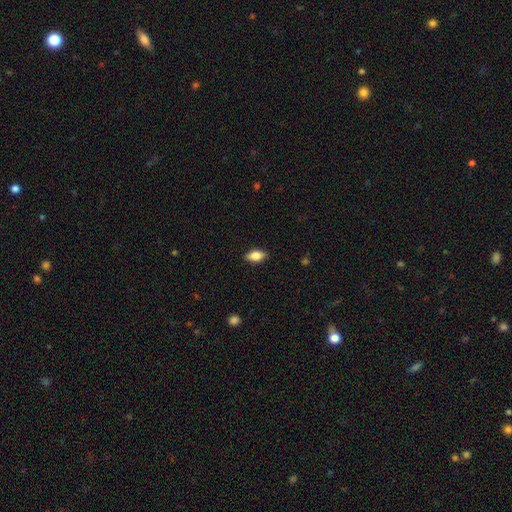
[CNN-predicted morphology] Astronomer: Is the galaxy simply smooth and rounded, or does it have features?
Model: smooth — 77%.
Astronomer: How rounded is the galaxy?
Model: in between — 88%.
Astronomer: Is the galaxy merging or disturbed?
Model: none — 87%.